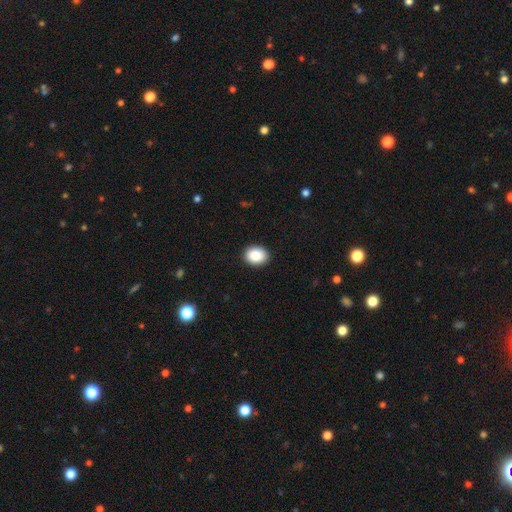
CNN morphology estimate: Overall: smooth (88%). How rounded: in between (57%; round 42%). Merging: none (91%).